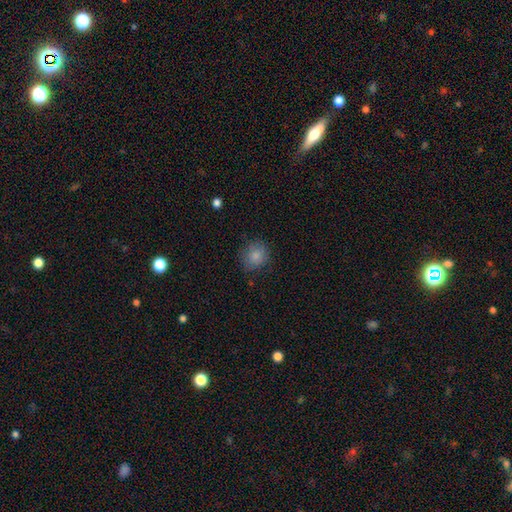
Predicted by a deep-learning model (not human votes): Overall: smooth (84%). How rounded: round (81%). Merging: none (78%).